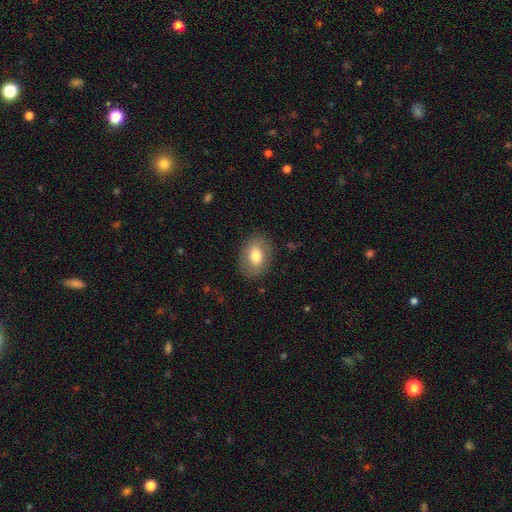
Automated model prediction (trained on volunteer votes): Smooth or featured? smooth (70%)
How rounded? in between (71%)
Merging? none (83%)